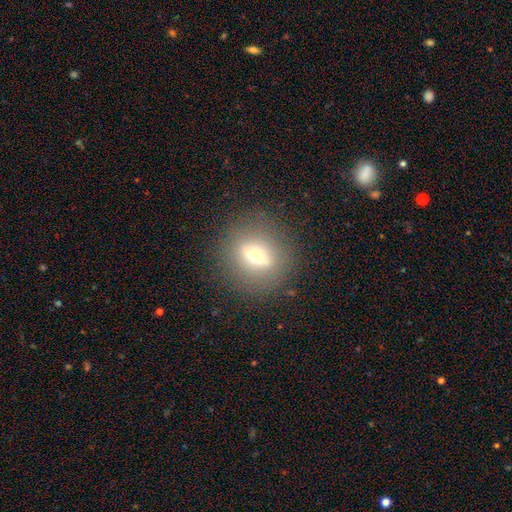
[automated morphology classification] This is possibly a featured or disk galaxy (45%). Merging: clearly none (86%).